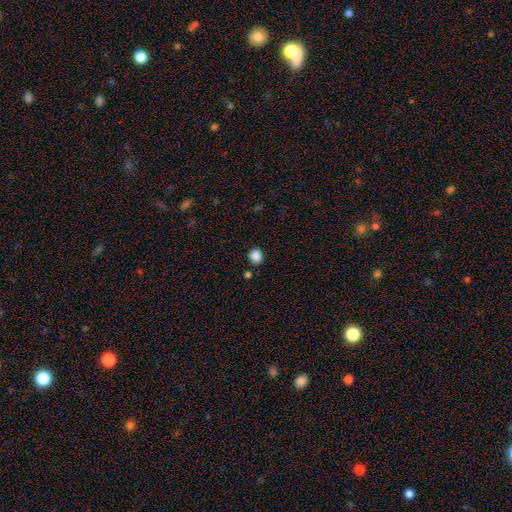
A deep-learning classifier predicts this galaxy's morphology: Smooth or featured: smooth — 86% (star or artifact — 11%)
How rounded: round — 75% (in between — 24%)
Merging: none — 85% (minor disturbance — 9%)